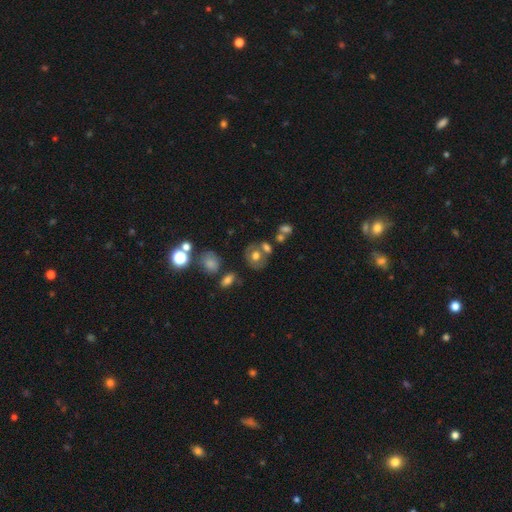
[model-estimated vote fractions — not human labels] The model was most divided on "merging": none: 54%, merger: 23%, minor disturbance: 15%, major disturbance: 7%. More confident: how rounded — round (67%); smooth or featured — smooth (60%).